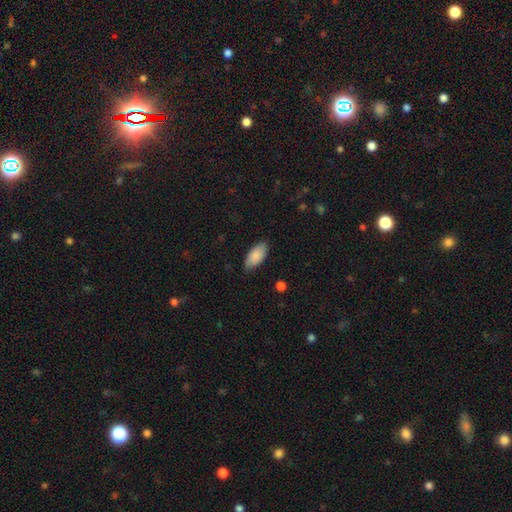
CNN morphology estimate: This is clearly a smooth galaxy (88%). How rounded: clearly in between (92%). Merging: clearly none (84%).